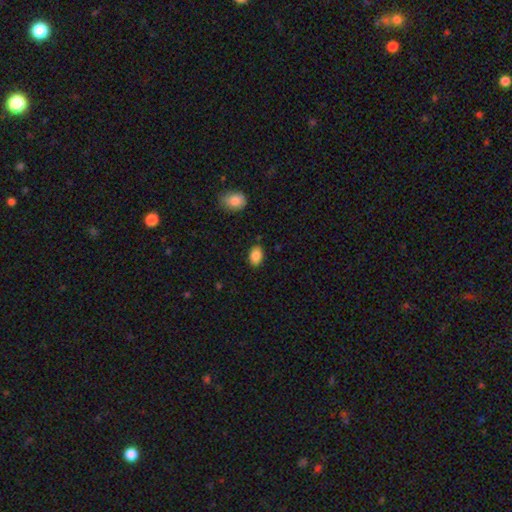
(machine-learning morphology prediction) The model was most divided on "how rounded": in between: 86%, round: 13%, cigar-shaped: 1%. More confident: smooth or featured — smooth (87%); merging — none (85%).